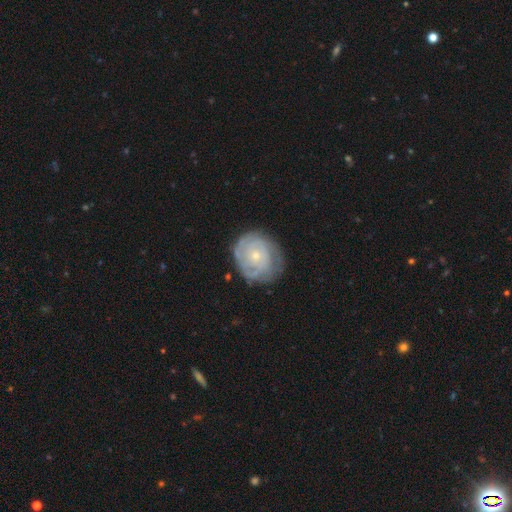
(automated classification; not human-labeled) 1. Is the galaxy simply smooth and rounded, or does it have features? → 68% featured or disk, 25% smooth, 6% star or artifact.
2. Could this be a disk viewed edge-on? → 97% no, 3% yes.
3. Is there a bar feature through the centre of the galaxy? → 85% no, 13% weak, 2% strong.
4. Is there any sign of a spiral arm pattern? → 80% yes, 20% no.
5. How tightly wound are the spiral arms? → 73% tight, 21% medium, 6% loose.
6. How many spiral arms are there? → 51% can't tell, 20% 2, 13% 3, 6% 4, 6% 1, 4% more than 4.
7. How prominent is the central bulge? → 76% small, 20% moderate, 2% none, 1% large, 1% dominant.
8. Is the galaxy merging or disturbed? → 70% none, 21% minor disturbance, 8% major disturbance, 1% merger.